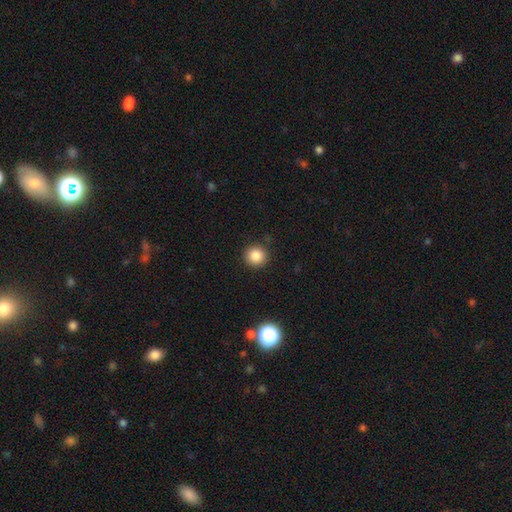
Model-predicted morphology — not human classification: smooth 85%, star or artifact 11%, featured or disk 4%. Down the decision tree: how rounded — round (94%); merging — none (89%).